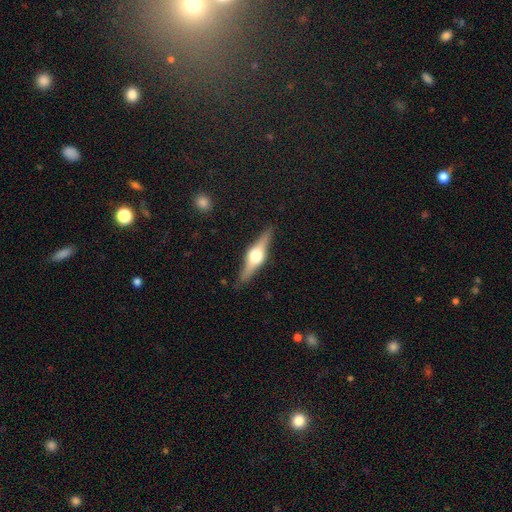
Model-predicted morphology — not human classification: Smooth or featured? Predicted: featured or disk (p=0.77). Edge-on disk? Predicted: yes (p=0.97). Edge-on bulge? Predicted: rounded (p=0.93). Merging? Predicted: none (p=0.87).